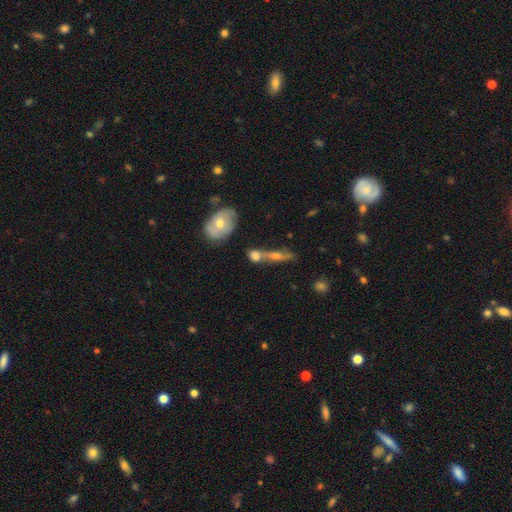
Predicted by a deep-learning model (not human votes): Q: Smooth or featured?
A: smooth (55%); runner-up: featured or disk (35%)
Q: How rounded?
A: in between (48%); runner-up: cigar-shaped (28%)
Q: Merging?
A: merger (48%); runner-up: none (34%)